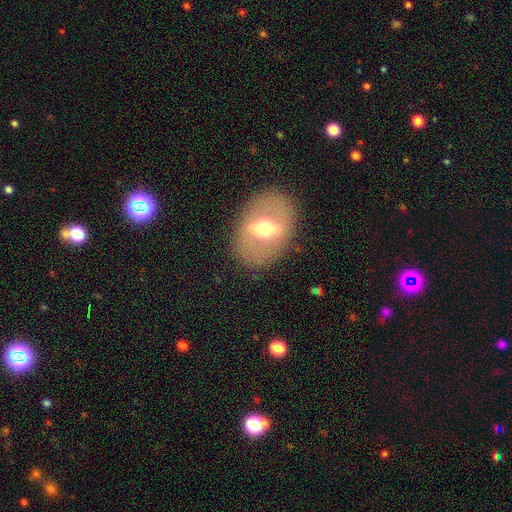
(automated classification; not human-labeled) This is possibly a featured or disk galaxy (52%). It is clearly not viewed edge-on (87%). Merging: clearly none (84%).